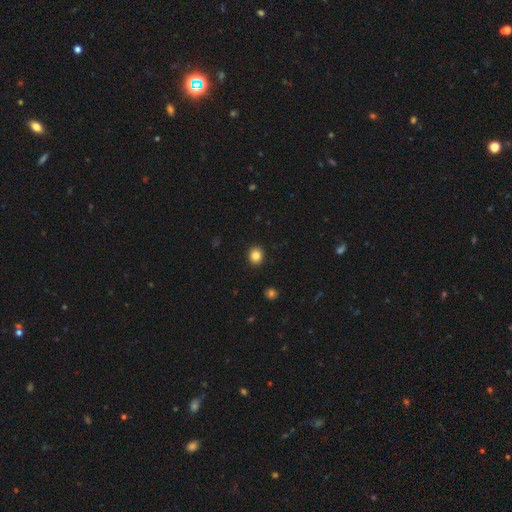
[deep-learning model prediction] The model was most divided on "how rounded": round: 73%, in between: 26%, cigar-shaped: 1%. More confident: merging — none (92%); smooth or featured — smooth (85%).